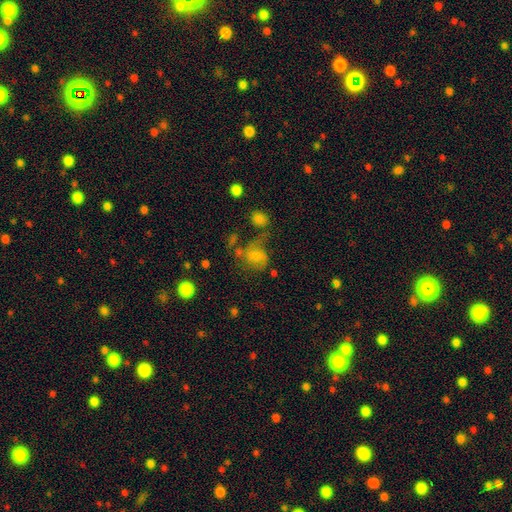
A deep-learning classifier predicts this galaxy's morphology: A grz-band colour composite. It shows a smooth galaxy with no disk features (55%) that is round (55%). Merging: none (35%).